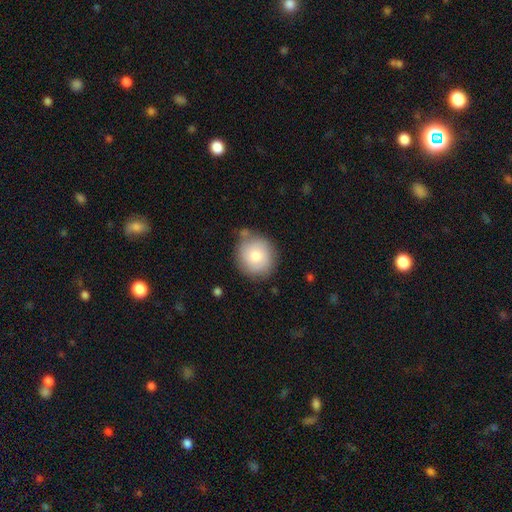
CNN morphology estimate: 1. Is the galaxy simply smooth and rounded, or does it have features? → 77% smooth, 16% featured or disk, 8% star or artifact.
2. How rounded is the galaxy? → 90% round, 9% in between, 1% cigar-shaped.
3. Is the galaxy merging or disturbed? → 75% none, 16% minor disturbance, 5% merger, 4% major disturbance.